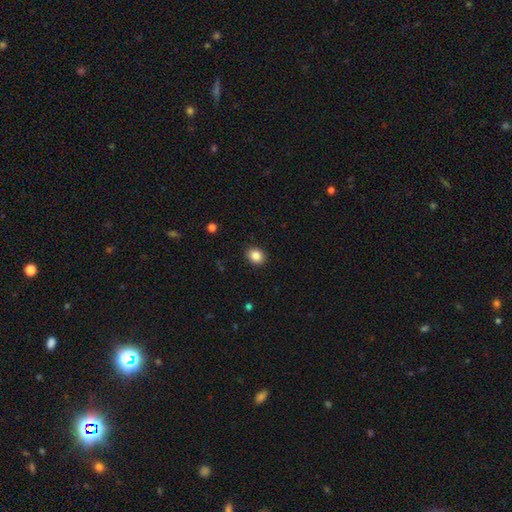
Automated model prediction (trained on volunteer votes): smooth 86%, star or artifact 9%, featured or disk 5%. Down the decision tree: how rounded — round (53%); merging — none (90%).